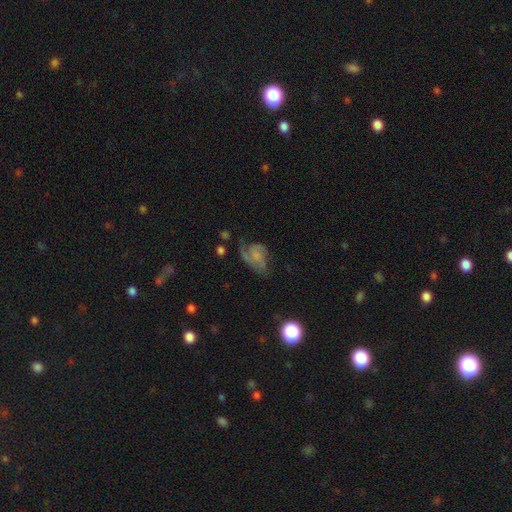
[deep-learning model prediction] featured or disk 66%, smooth 25%, star or artifact 9%. Down the decision tree: edge-on disk — no (97%); bar — no (72%); spiral arms — yes (87%); spiral arm count — 2 (41%); spiral winding — medium (43%); bulge size — none (45%); merging — none (41%).